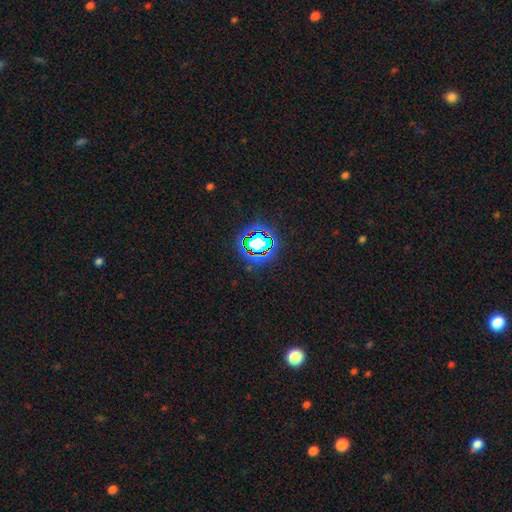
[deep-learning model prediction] A star or artifact, not a galaxy (80%).